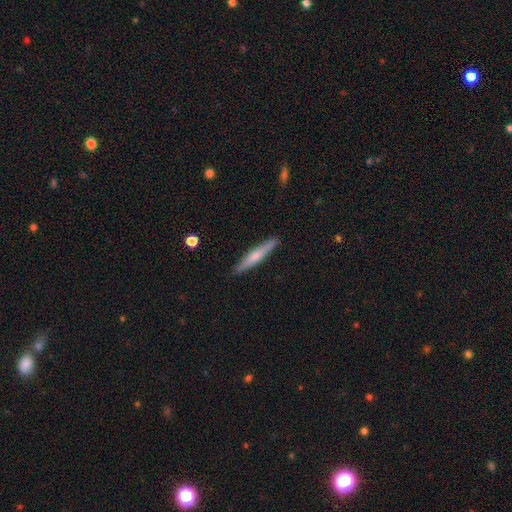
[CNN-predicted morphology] This is possibly a smooth galaxy (52%). How rounded: clearly cigar-shaped (92%). Merging: clearly none (89%).